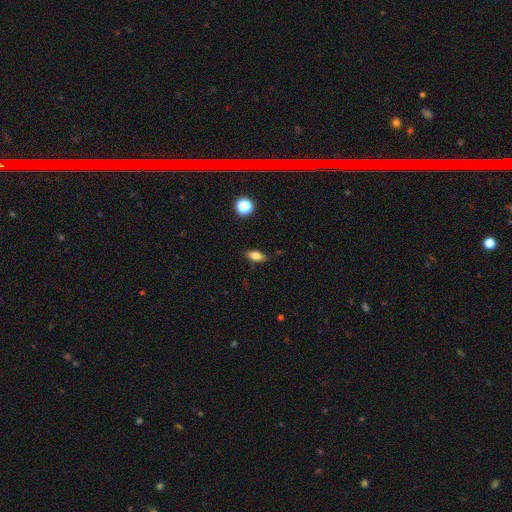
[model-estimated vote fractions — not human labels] smooth_or_featured: smooth (p=0.79) [alt: featured or disk p=0.11]
how_rounded: in between (p=0.83) [alt: cigar-shaped p=0.11]
merging: none (p=0.84) [alt: minor disturbance p=0.12]